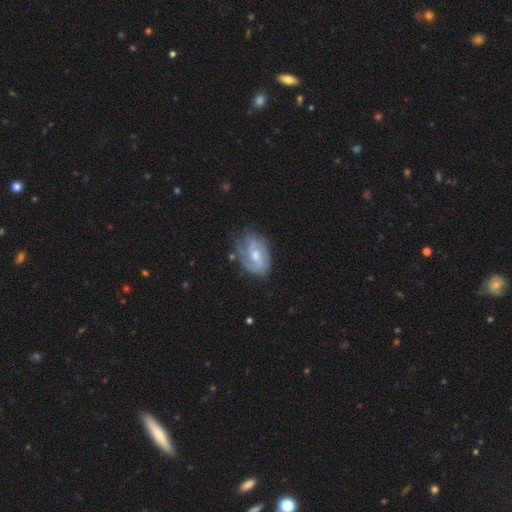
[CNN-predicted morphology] smooth_or_featured: featured or disk (p=0.78) [alt: smooth p=0.17]
disk_edge_on: no (p=0.97) [alt: yes p=0.03]
bar: weak (p=0.52) [alt: no p=0.36]
has_spiral_arms: yes (p=0.91) [alt: no p=0.09]
spiral_winding: medium (p=0.44) [alt: tight p=0.37]
spiral_arm_count: 2 (p=0.64) [alt: can't tell p=0.17]
bulge_size: moderate (p=0.60) [alt: small p=0.30]
merging: none (p=0.66) [alt: minor disturbance p=0.23]